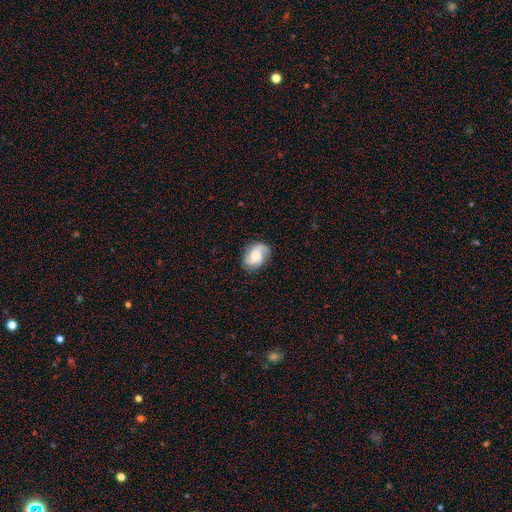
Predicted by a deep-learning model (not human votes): Smooth or featured: featured or disk — 71% (smooth — 22%)
Edge-on disk: no — 97% (yes — 3%)
Bar: no — 62% (weak — 32%)
Spiral arms: yes — 96% (no — 4%)
Spiral winding: medium — 44% (tight — 29%)
Spiral arm count: 2 — 57% (3 — 18%)
Bulge size: moderate — 43% (small — 28%)
Merging: none — 77% (minor disturbance — 16%)